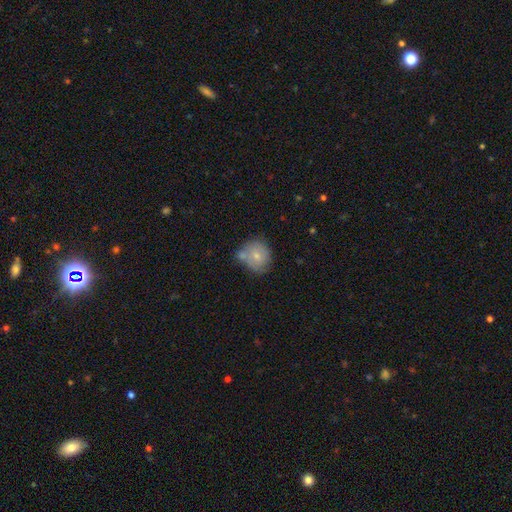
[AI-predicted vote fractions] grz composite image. It shows a smooth galaxy with no disk features (69%) that is round (78%). Merging: none (44%).